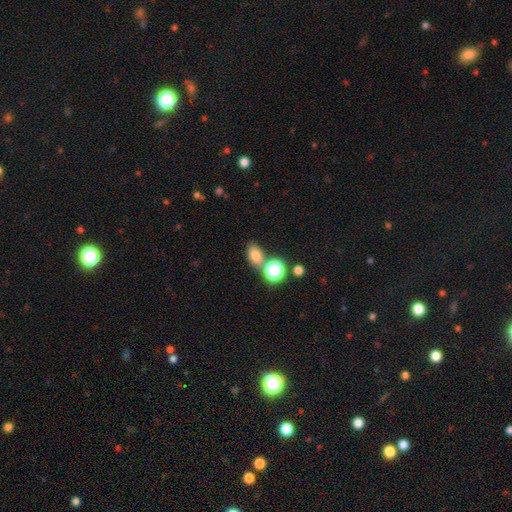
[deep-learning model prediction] A smooth galaxy with no disk features (74%) that is in between round and cigar-shaped (72%). Merging: none (65%).